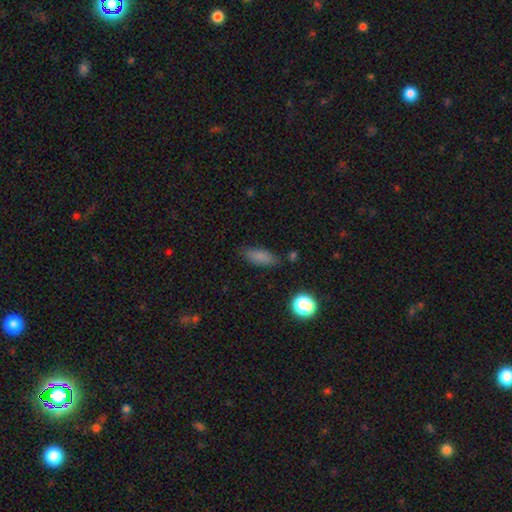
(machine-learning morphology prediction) This appears to be a smooth galaxy with no disk features (80%) that is in between round and cigar-shaped (71%). Merging: none (81%).